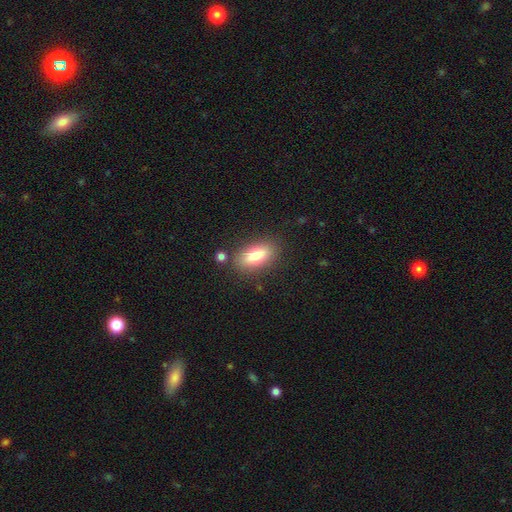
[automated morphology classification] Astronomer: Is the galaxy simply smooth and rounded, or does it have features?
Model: smooth — 77%.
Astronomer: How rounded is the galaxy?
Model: in between — 86%.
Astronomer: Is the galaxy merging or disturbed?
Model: none — 82%.